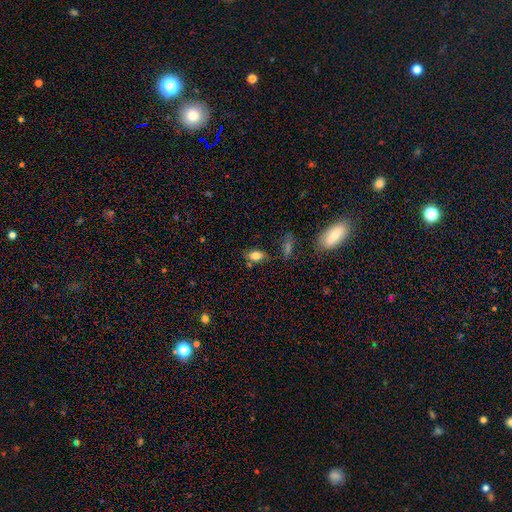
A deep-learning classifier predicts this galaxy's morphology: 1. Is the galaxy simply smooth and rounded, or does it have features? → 79% smooth, 12% featured or disk, 9% star or artifact.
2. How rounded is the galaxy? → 87% in between, 9% round, 5% cigar-shaped.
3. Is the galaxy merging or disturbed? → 74% none, 16% minor disturbance, 6% merger, 4% major disturbance.